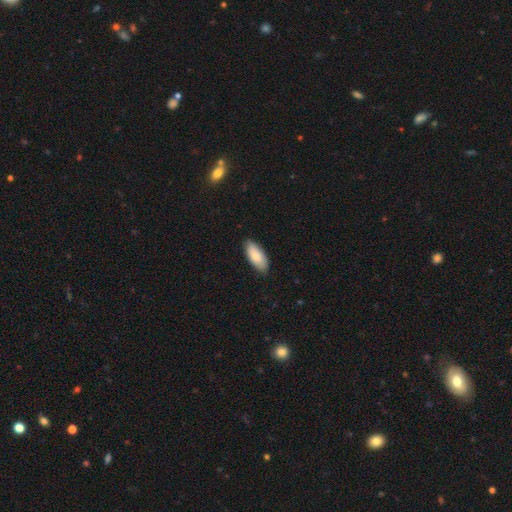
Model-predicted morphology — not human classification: This appears to be a smooth galaxy with no disk features (82%) that is in between round and cigar-shaped (87%). Merging: none (85%).